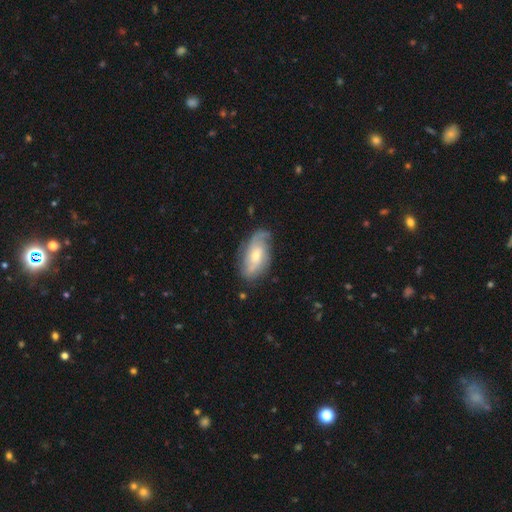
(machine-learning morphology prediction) Smooth or featured: featured or disk — 65% (smooth — 29%)
Edge-on disk: no — 93% (yes — 7%)
Bar: no — 58% (weak — 34%)
Spiral arms: yes — 88% (no — 12%)
Spiral winding: medium — 39% (tight — 34%)
Spiral arm count: 2 — 43% (can't tell — 30%)
Bulge size: moderate — 51% (small — 40%)
Merging: none — 67% (minor disturbance — 23%)